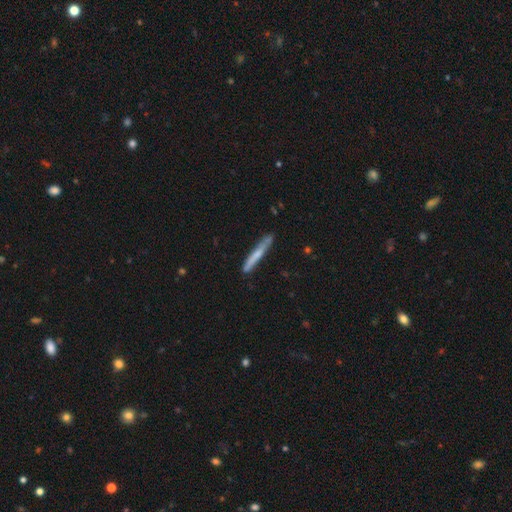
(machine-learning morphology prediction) A smooth galaxy with no disk features (55%) that is cigar-shaped (96%).

Vote fractions:
- Smooth or featured? smooth: 55% / featured or disk: 39% / star or artifact: 6%
- How rounded? cigar-shaped: 96% / in between: 3% / round: 1%
- Merging? none: 79% / minor disturbance: 15% / merger: 3% / major disturbance: 3%